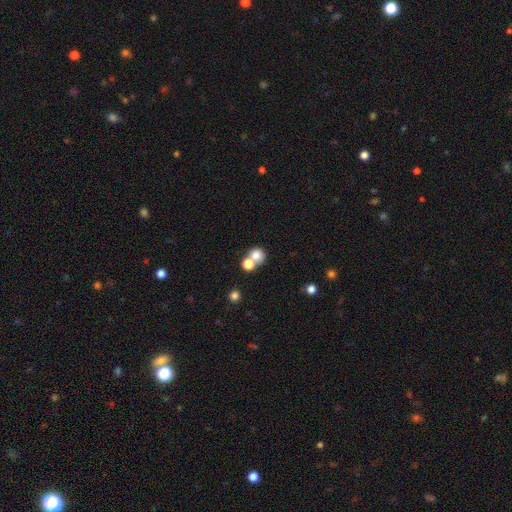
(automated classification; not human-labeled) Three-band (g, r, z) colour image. It shows a smooth galaxy with no disk features (78%) that is round (82%). Merging: merger (47%).